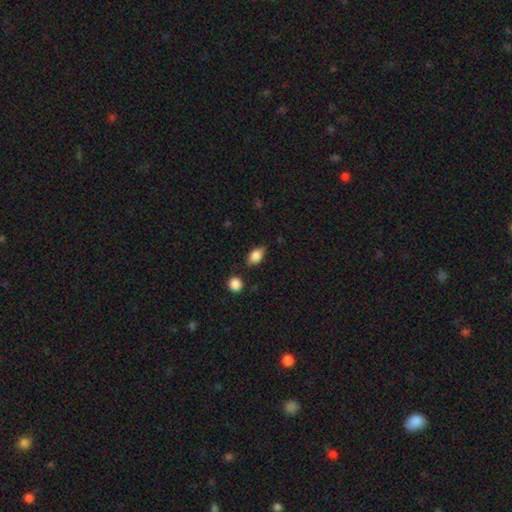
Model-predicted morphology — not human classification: This appears to be a smooth galaxy with no disk features (84%) that is in between round and cigar-shaped (86%). Merging: none (75%).